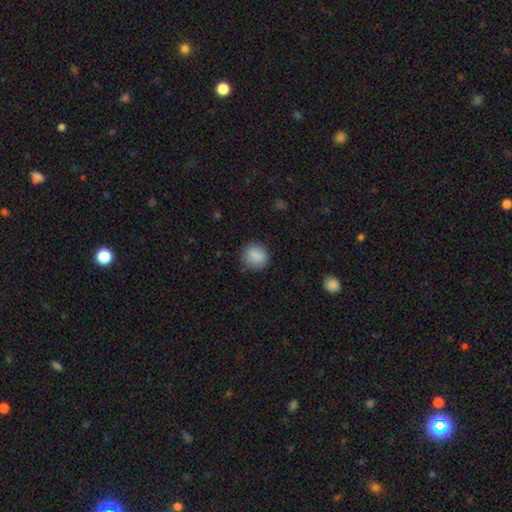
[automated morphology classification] Smooth or featured: smooth — 86% (star or artifact — 8%)
How rounded: round — 78% (in between — 21%)
Merging: none — 84% (minor disturbance — 12%)